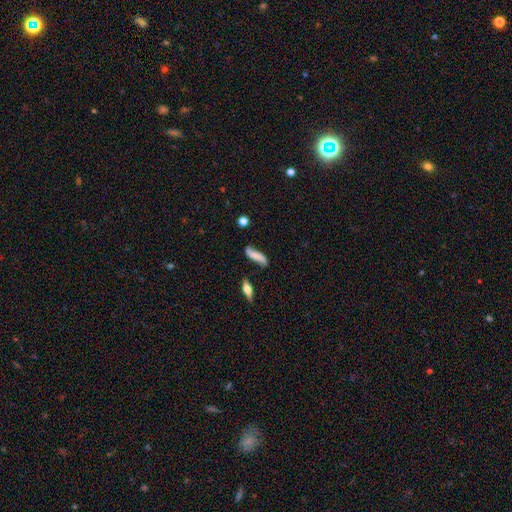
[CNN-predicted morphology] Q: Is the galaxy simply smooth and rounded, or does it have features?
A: smooth — 52%.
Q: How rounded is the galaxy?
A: cigar-shaped — 56%.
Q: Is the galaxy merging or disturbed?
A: none — 65%.